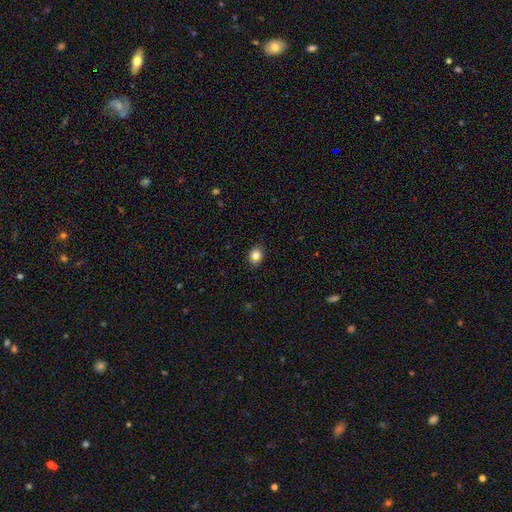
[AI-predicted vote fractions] A smooth galaxy with no disk features (81%) that is round (59%).

Vote fractions:
- Smooth or featured? smooth: 81% / star or artifact: 11% / featured or disk: 8%
- How rounded? round: 59% / in between: 40% / cigar-shaped: 1%
- Merging? none: 87% / minor disturbance: 9% / major disturbance: 2% / merger: 1%